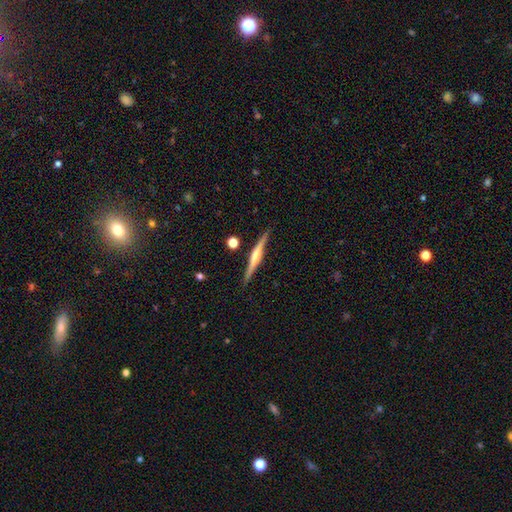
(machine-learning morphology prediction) A featured or disk galaxy (71%) viewed edge-on (98%) with a rounded central bulge (72%).

Vote fractions:
- Smooth or featured? featured or disk: 71% / smooth: 24% / star or artifact: 6%
- Edge-on disk? yes: 98% / no: 2%
- Edge-on bulge? rounded: 72% / boxy: 14% / none: 14%
- Merging? none: 88% / minor disturbance: 8% / merger: 2% / major disturbance: 2%